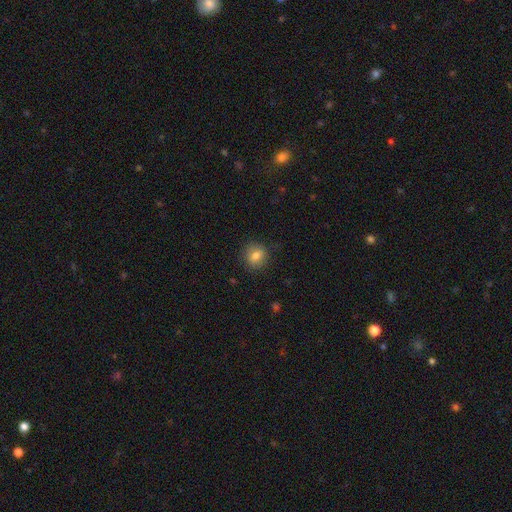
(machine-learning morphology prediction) Smooth or featured? Predicted: smooth (p=0.78). How rounded? Predicted: round (p=0.76). Merging? Predicted: none (p=0.84).